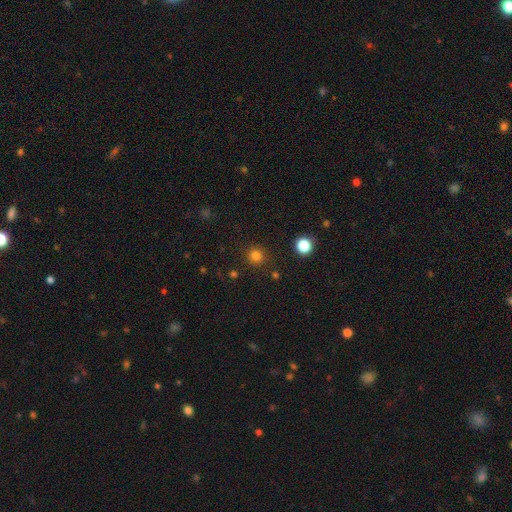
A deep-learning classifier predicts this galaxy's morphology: Smooth or featured?
  - smooth: 80% *
  - star or artifact: 15%
  - featured or disk: 4%
How rounded?
  - round: 93% *
  - in between: 6%
  - cigar-shaped: 1%
Merging?
  - none: 89% *
  - minor disturbance: 6%
  - major disturbance: 3%
  - merger: 2%